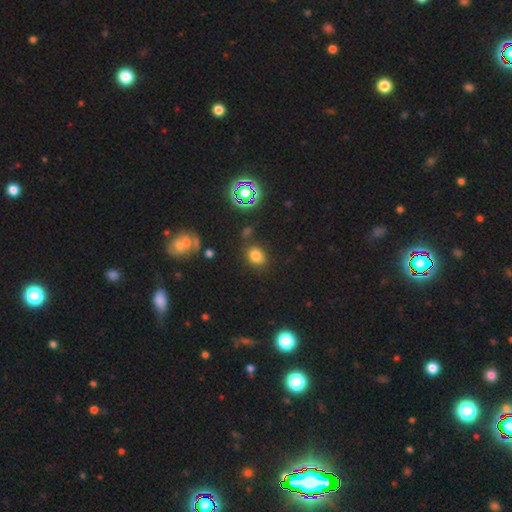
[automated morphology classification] A smooth galaxy with no disk features (73%) that is round (54%).

Vote fractions:
- Smooth or featured? smooth: 73% / star or artifact: 19% / featured or disk: 7%
- How rounded? round: 54% / in between: 45% / cigar-shaped: 1%
- Merging? none: 81% / minor disturbance: 11% / merger: 4% / major disturbance: 4%